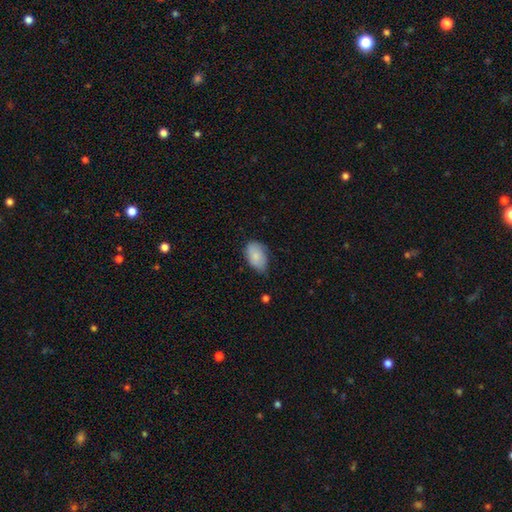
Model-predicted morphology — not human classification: type=smooth (81%); roundness=in between (89%); merging=none (51%).